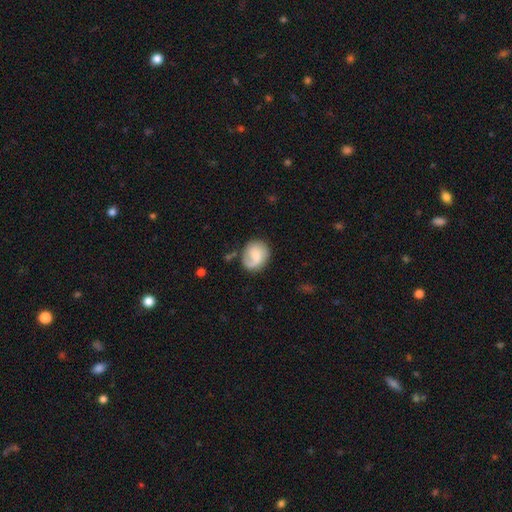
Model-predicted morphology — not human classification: Smooth or featured: smooth — 50% (featured or disk — 43%)
How rounded: round — 68% (in between — 32%)
Merging: none — 63% (minor disturbance — 22%)